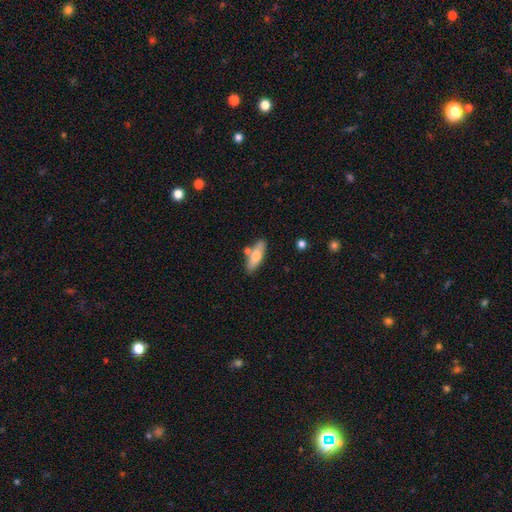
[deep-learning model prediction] Smooth or featured: smooth — 68% (featured or disk — 26%)
How rounded: in between — 59% (cigar-shaped — 38%)
Merging: none — 74% (minor disturbance — 13%)